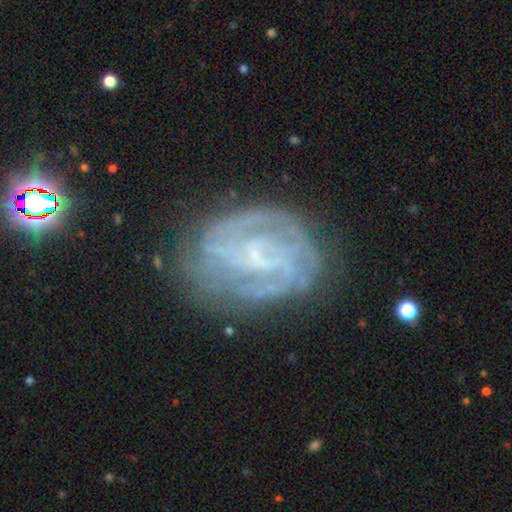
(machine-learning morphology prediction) smooth-or-featured: featured or disk: 82% | smooth: 10% | star or artifact: 8%
  disk-edge-on: no: 97% | yes: 3%
    bar: weak: 45% | no: 31% | strong: 24%
    has-spiral-arms: yes: 90% | no: 10%
      spiral-winding: tight: 61% | medium: 31% | loose: 8%
      spiral-arm-count: can't tell: 35% | 2: 30% | 3: 17% | 4: 7% | 1: 5% | more than 4: 5%
    bulge-size: small: 45% | none: 38% | moderate: 14% | large: 2% | dominant: 1%
  merging: none: 71% | minor disturbance: 18% | major disturbance: 9% | merger: 2%